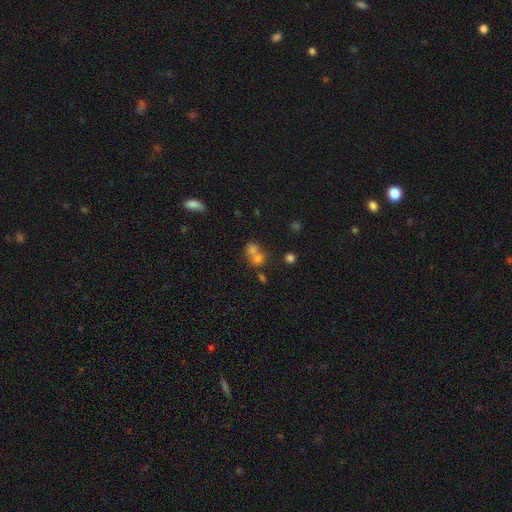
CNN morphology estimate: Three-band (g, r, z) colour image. It shows a smooth galaxy with no disk features (70%) that is round (66%). Merging: merger (64%).